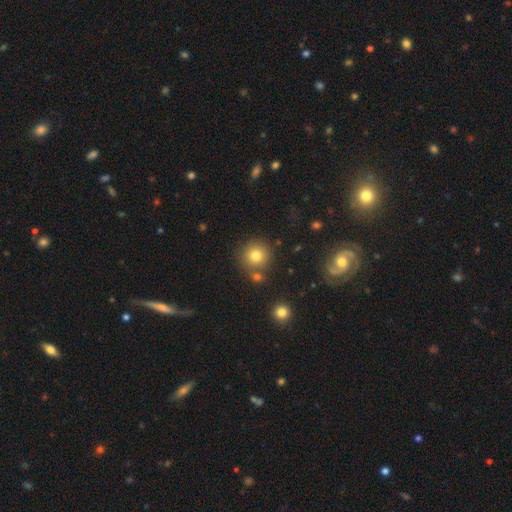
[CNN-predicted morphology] A smooth galaxy with no disk features (78%) that is round (93%).

Vote fractions:
- Smooth or featured? smooth: 78% / star or artifact: 13% / featured or disk: 9%
- How rounded? round: 93% / in between: 6% / cigar-shaped: 1%
- Merging? none: 76% / merger: 11% / minor disturbance: 9% / major disturbance: 3%